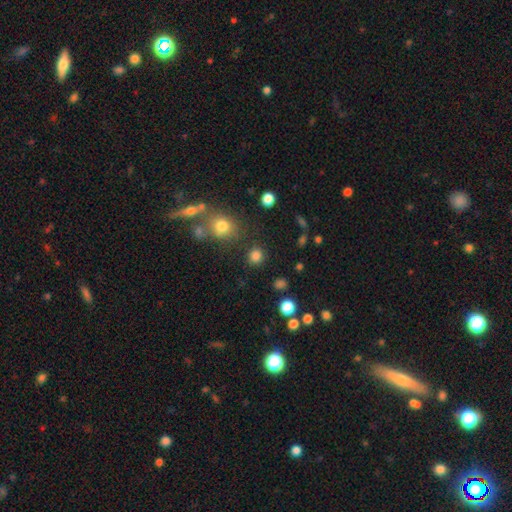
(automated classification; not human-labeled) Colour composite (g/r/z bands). It shows a smooth galaxy with no disk features (82%) that is round (86%). Merging: none (84%).